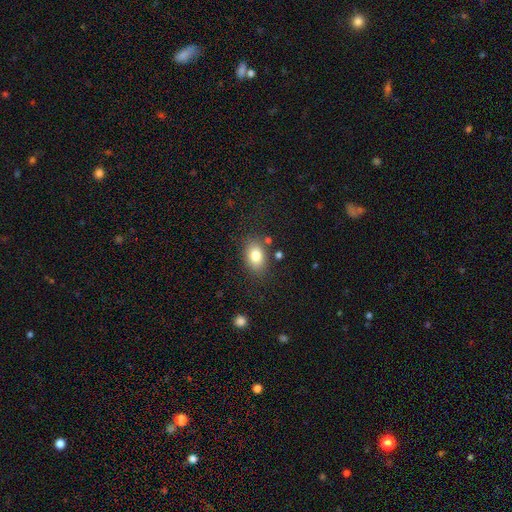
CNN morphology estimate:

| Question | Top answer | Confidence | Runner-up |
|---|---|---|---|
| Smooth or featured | smooth | 81% | featured or disk (10%) |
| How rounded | in between | 83% | round (16%) |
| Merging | none | 79% | minor disturbance (13%) |